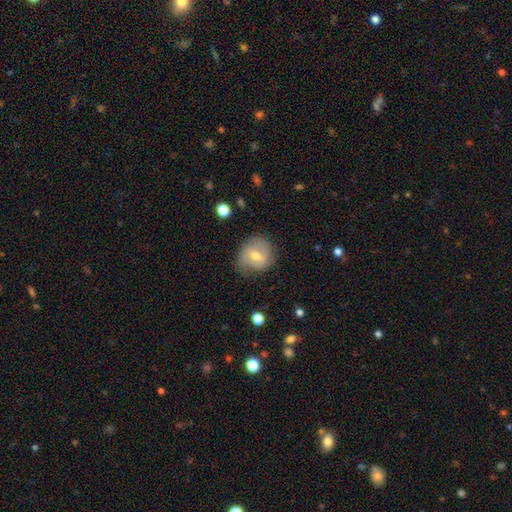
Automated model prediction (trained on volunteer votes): A smooth galaxy with no disk features (57%) that is round (80%).

Vote fractions:
- Smooth or featured? smooth: 57% / featured or disk: 35% / star or artifact: 8%
- How rounded? round: 80% / in between: 19% / cigar-shaped: 1%
- Merging? none: 69% / minor disturbance: 23% / major disturbance: 7% / merger: 1%